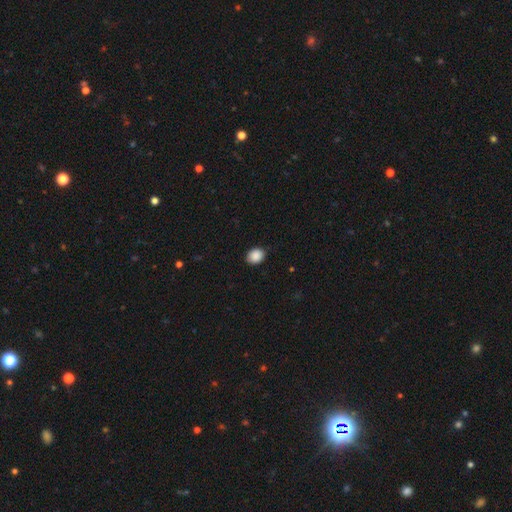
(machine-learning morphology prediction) This is clearly a smooth galaxy (89%). How rounded: possibly in between (51%). Merging: clearly none (86%).